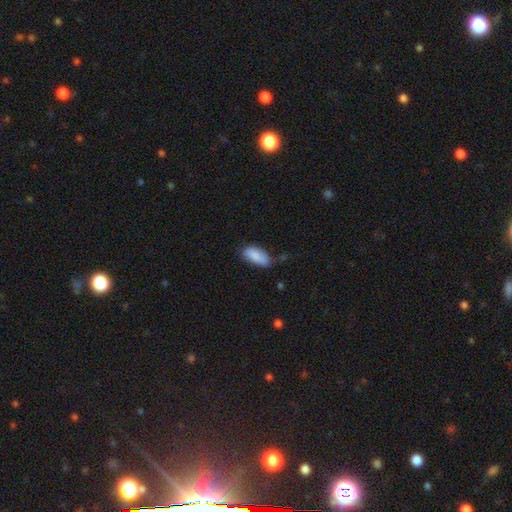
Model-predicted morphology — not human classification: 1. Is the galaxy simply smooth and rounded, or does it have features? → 86% smooth, 8% featured or disk, 6% star or artifact.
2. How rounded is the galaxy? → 86% in between, 12% cigar-shaped, 2% round.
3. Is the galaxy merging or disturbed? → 67% none, 26% minor disturbance, 4% major disturbance, 3% merger.